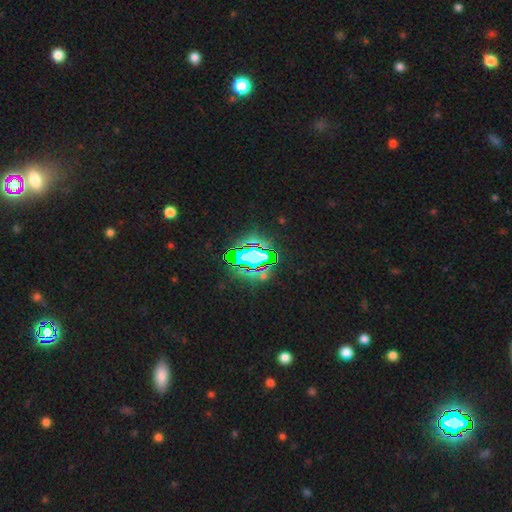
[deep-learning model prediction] Morphology: type=star or artifact (75%).